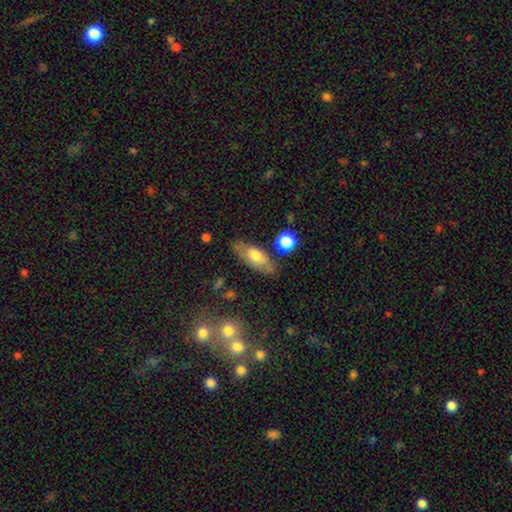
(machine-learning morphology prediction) Q: Smooth or featured?
A: smooth (61%); runner-up: featured or disk (32%)
Q: How rounded?
A: in between (75%); runner-up: cigar-shaped (20%)
Q: Merging?
A: none (69%); runner-up: minor disturbance (20%)